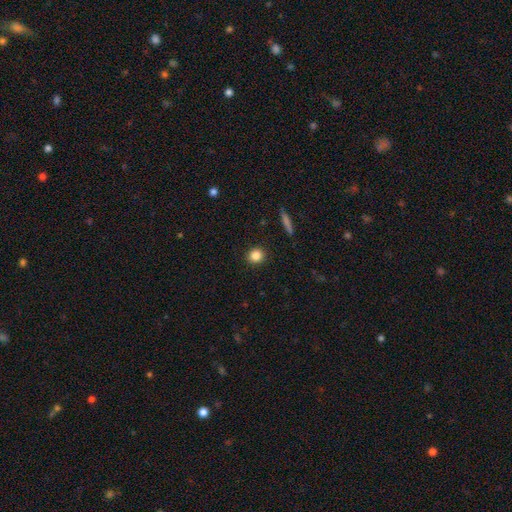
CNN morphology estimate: smooth_or_featured: smooth (p=0.83) [alt: star or artifact p=0.11]
how_rounded: round (p=0.88) [alt: in between p=0.10]
merging: none (p=0.92) [alt: minor disturbance p=0.05]